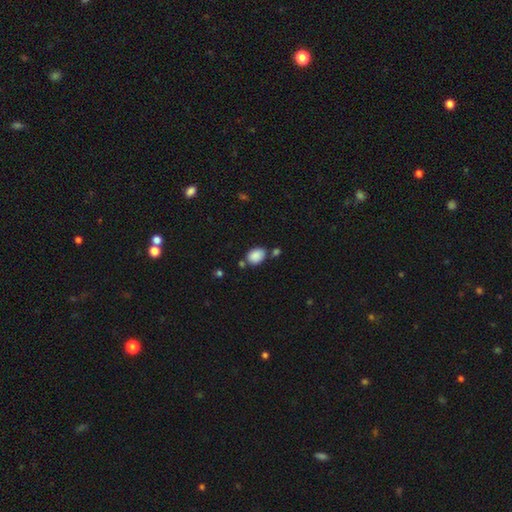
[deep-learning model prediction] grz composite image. It shows a smooth galaxy with no disk features (88%) that is in between round and cigar-shaped (75%). Merging: none (68%).